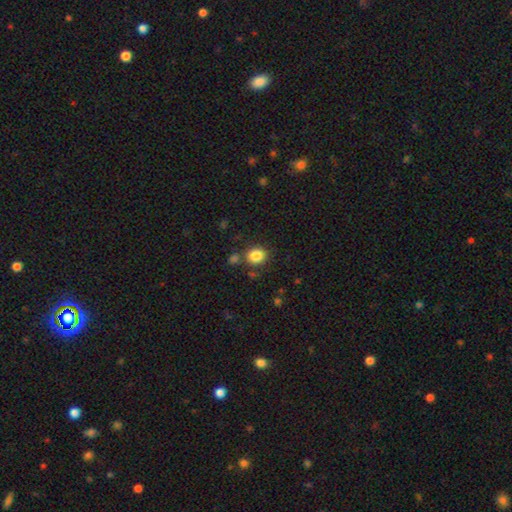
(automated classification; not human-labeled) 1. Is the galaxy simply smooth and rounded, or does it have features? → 86% smooth, 10% star or artifact, 5% featured or disk.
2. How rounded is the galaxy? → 68% round, 31% in between, 1% cigar-shaped.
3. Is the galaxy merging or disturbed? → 77% none, 11% minor disturbance, 8% merger, 4% major disturbance.